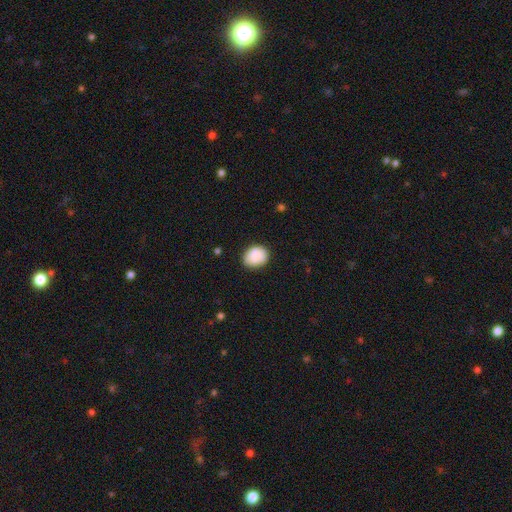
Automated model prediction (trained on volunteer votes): Smooth or featured? Predicted: smooth (p=0.89). How rounded? Predicted: in between (p=0.55). Merging? Predicted: none (p=0.81).